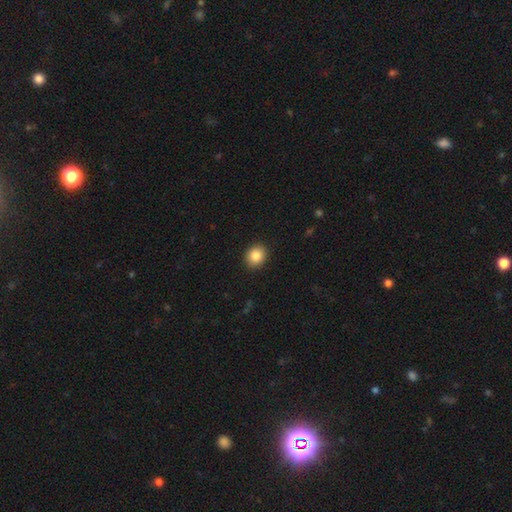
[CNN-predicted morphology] Smooth or featured? Predicted: smooth (p=0.86). How rounded? Predicted: round (p=0.72). Merging? Predicted: none (p=0.91).